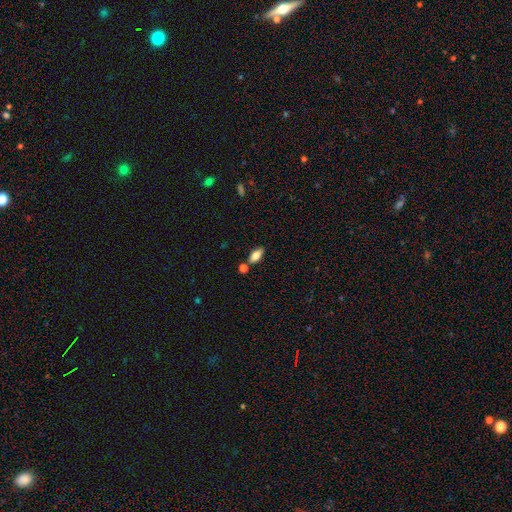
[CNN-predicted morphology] This is likely a smooth galaxy (77%). How rounded: clearly in between (84%). Merging: likely none (74%).